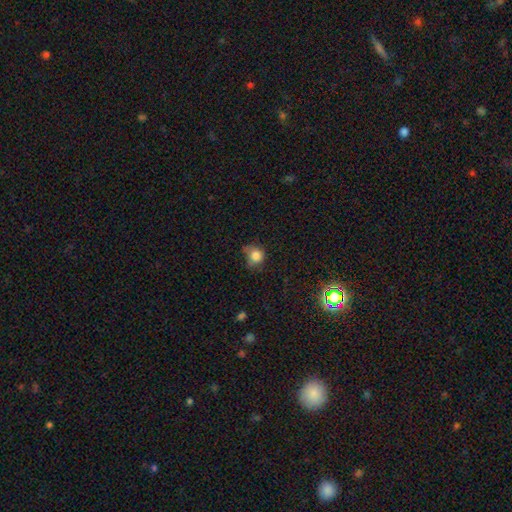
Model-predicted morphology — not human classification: smooth 80%, star or artifact 11%, featured or disk 8%. Down the decision tree: how rounded — round (76%); merging — none (46%).